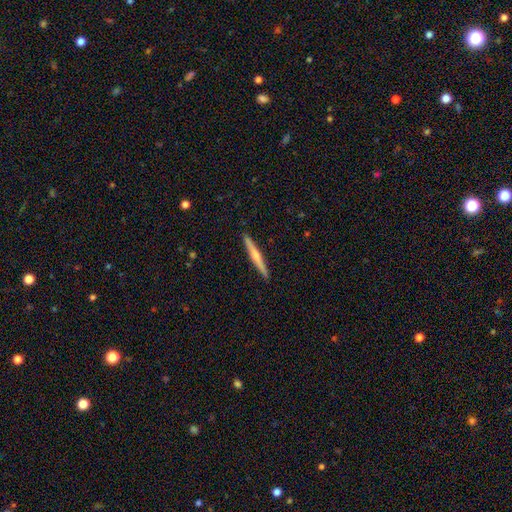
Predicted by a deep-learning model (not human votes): Morphology: type=featured or disk (57%); edge-on=yes (98%); edge-on bulge=rounded (71%); merging=none (92%).